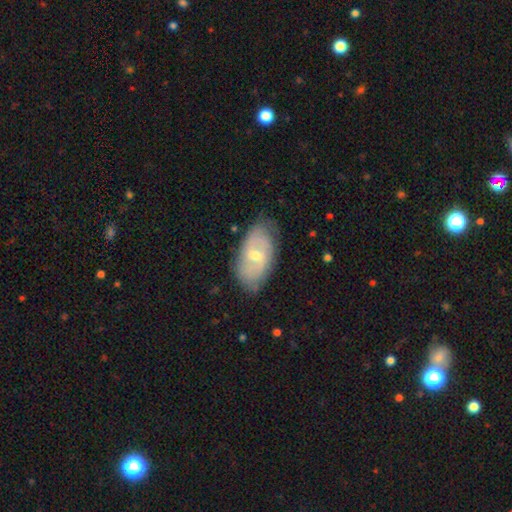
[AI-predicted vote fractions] featured or disk 62%, smooth 32%, star or artifact 7%. Down the decision tree: edge-on disk — no (93%); bar — weak (55%); spiral arms — yes (70%); bulge size — moderate (52%); merging — none (74%).